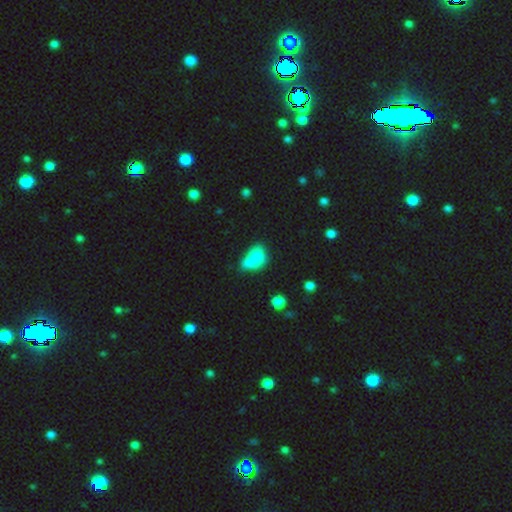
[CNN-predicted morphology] smooth 74%, featured or disk 14%, star or artifact 12%. Down the decision tree: how rounded — in between (78%); merging — minor disturbance (30%).